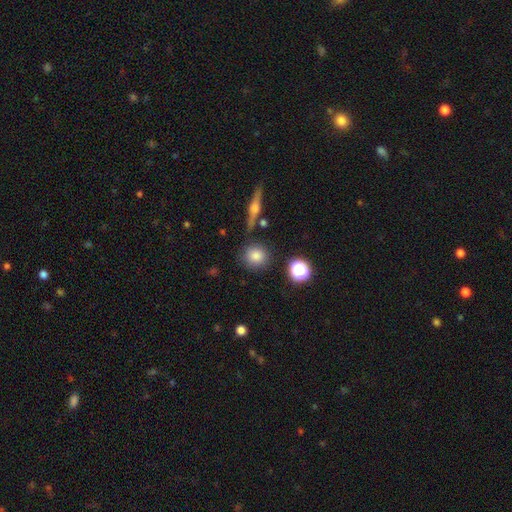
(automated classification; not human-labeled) Overall: smooth (81%). How rounded: round (88%). Merging: none (84%).